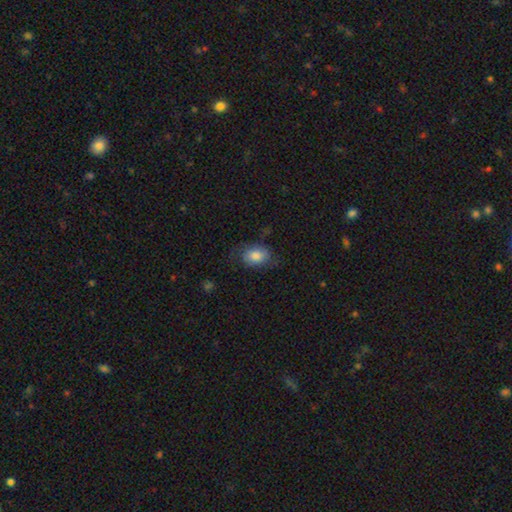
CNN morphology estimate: This appears to be a smooth galaxy with no disk features (77%) that is in between round and cigar-shaped (77%). Merging: none (63%).